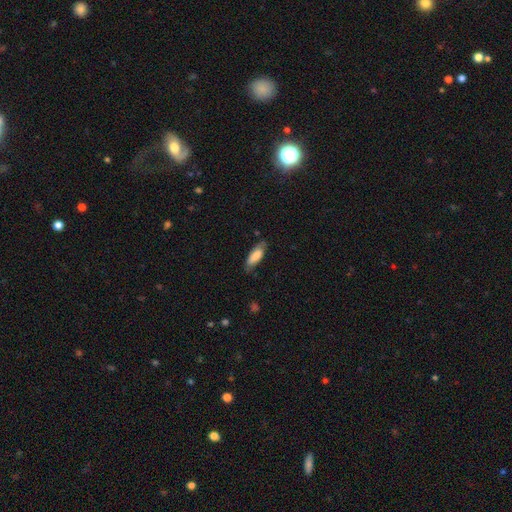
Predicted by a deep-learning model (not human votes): Smooth or featured?
  - smooth: 79% *
  - featured or disk: 15%
  - star or artifact: 6%
How rounded?
  - in between: 67% *
  - cigar-shaped: 32%
  - round: 2%
Merging?
  - none: 72% *
  - minor disturbance: 22%
  - major disturbance: 4%
  - merger: 1%